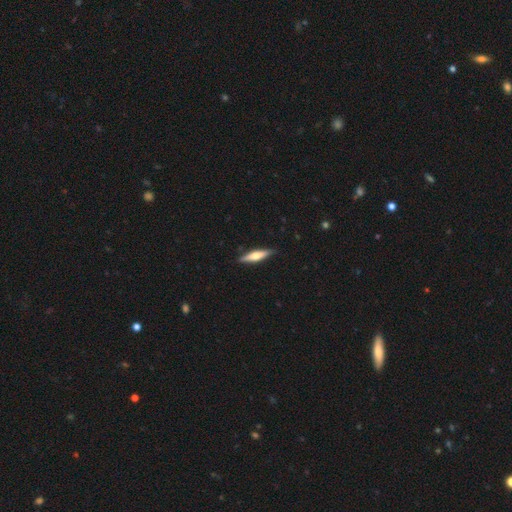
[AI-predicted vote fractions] smooth-or-featured: featured or disk: 48% | smooth: 46% | star or artifact: 5%
  merging: none: 88% | minor disturbance: 9% | major disturbance: 2% | merger: 1%